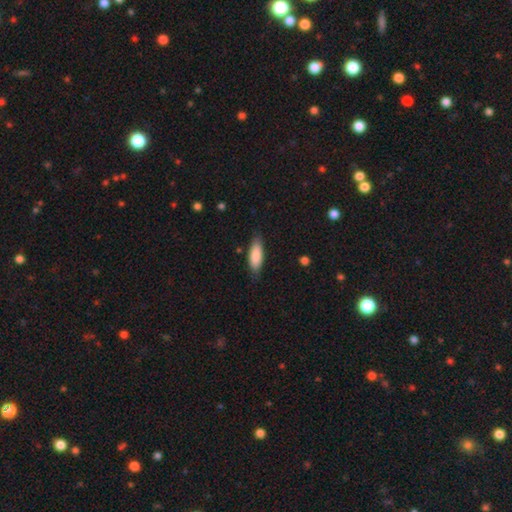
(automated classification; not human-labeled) Smooth or featured? smooth (85%)
How rounded? in between (64%)
Merging? none (80%)